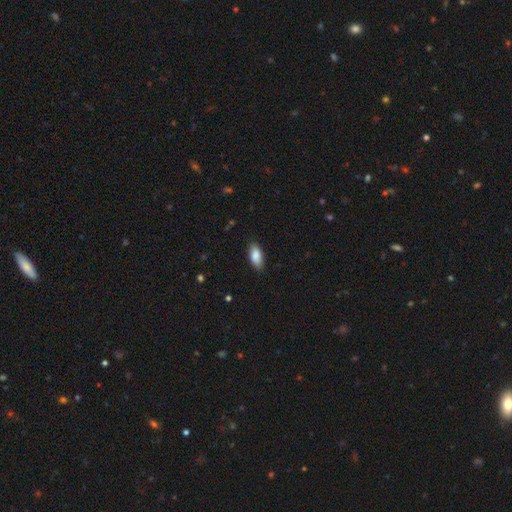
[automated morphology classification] A smooth galaxy with no disk features (87%) that is in between round and cigar-shaped (88%).

Vote fractions:
- Smooth or featured? smooth: 87% / featured or disk: 7% / star or artifact: 6%
- How rounded? in between: 88% / cigar-shaped: 10% / round: 2%
- Merging? none: 85% / minor disturbance: 12% / major disturbance: 2% / merger: 1%